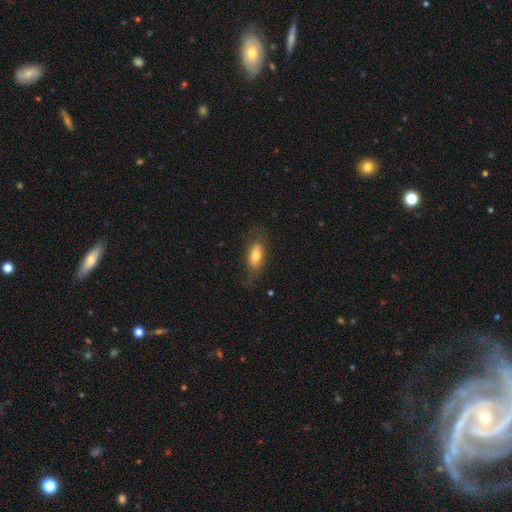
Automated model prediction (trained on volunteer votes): Smooth or featured? Predicted: smooth (p=0.70). How rounded? Predicted: in between (p=0.81). Merging? Predicted: none (p=0.64).